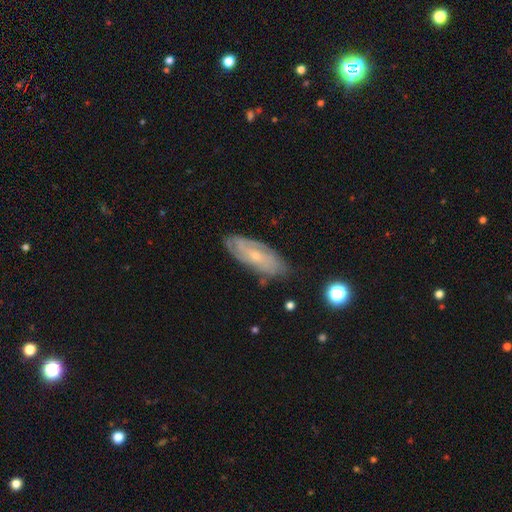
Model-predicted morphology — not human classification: The model was most divided on "smooth or featured": featured or disk: 67%, smooth: 26%, star or artifact: 8%. More confident: edge-on disk — no (84%); spiral arms — yes (84%); merging — none (75%); bulge size — small (69%); bar — no (68%).